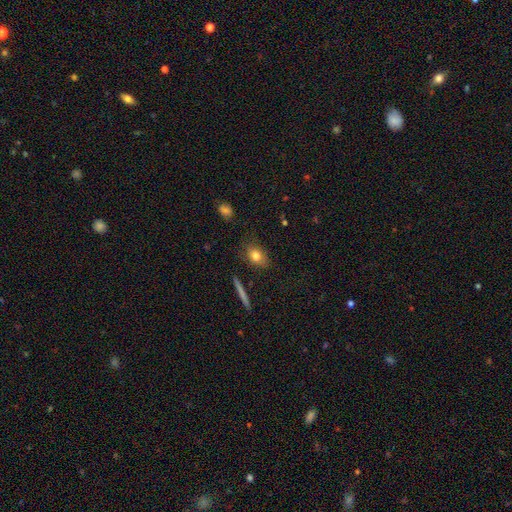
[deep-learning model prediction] smooth_or_featured: smooth (p=0.78) [alt: featured or disk p=0.13]
how_rounded: in between (p=0.72) [alt: round p=0.23]
merging: none (p=0.80) [alt: minor disturbance p=0.14]